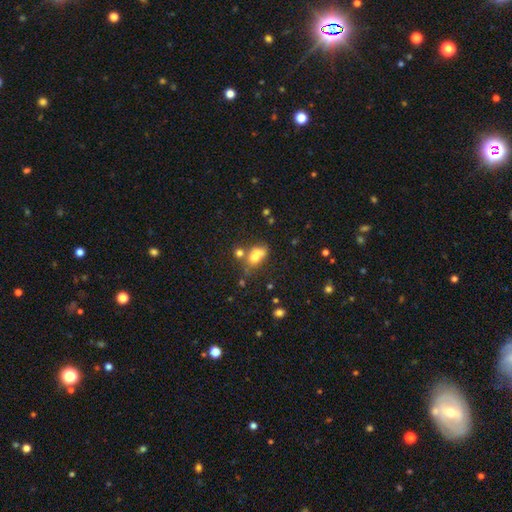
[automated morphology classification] smooth 64%, featured or disk 21%, star or artifact 15%. Down the decision tree: how rounded — in between (53%); merging — merger (52%).